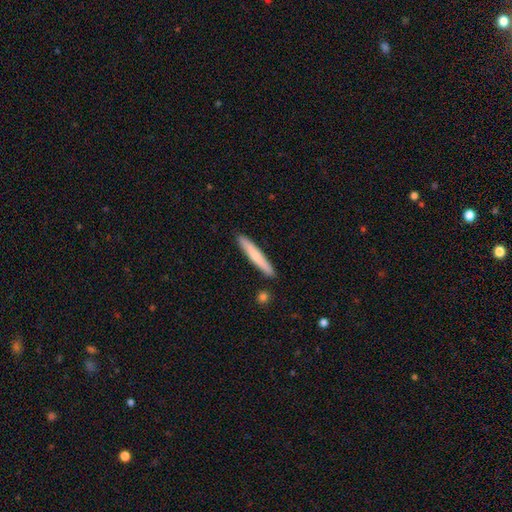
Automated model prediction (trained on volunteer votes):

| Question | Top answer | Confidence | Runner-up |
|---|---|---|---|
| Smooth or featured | smooth | 71% | featured or disk (24%) |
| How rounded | cigar-shaped | 95% | in between (4%) |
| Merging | none | 89% | minor disturbance (8%) |